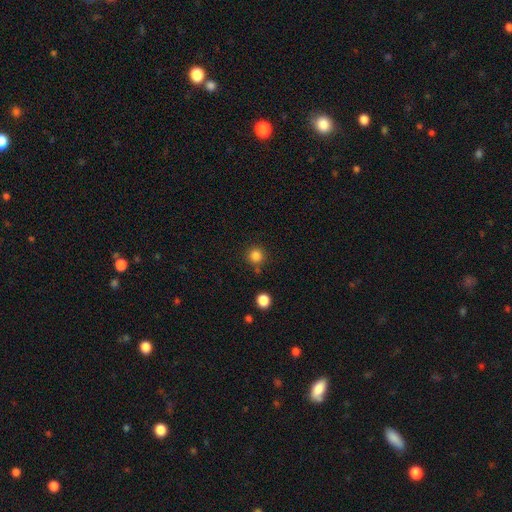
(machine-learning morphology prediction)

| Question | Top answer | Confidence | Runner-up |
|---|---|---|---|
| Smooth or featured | smooth | 83% | star or artifact (12%) |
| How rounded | round | 95% | in between (5%) |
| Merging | none | 82% | minor disturbance (8%) |